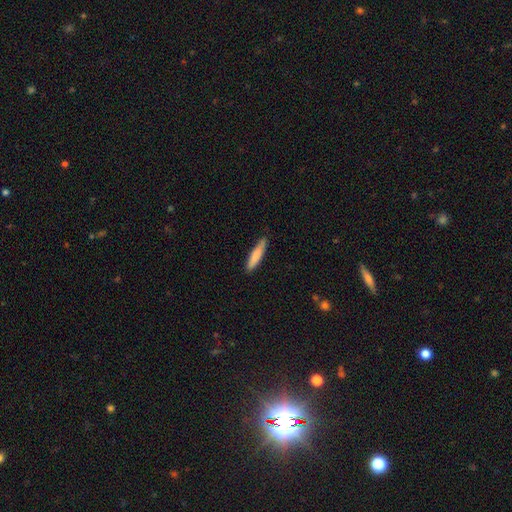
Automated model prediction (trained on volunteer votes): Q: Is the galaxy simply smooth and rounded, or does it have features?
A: smooth — 82%.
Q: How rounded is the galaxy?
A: cigar-shaped — 86%.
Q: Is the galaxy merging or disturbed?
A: none — 85%.